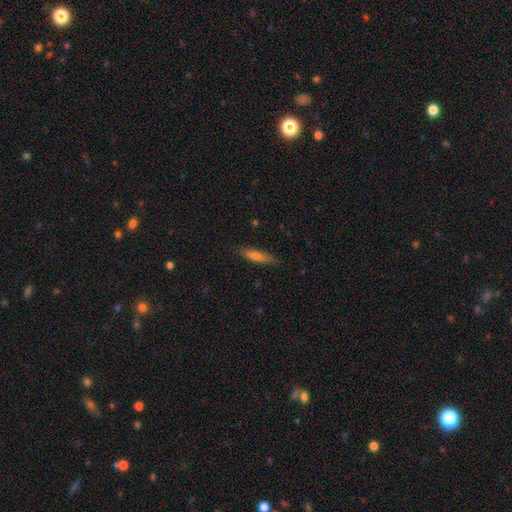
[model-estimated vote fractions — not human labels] The model was most divided on "smooth or featured": smooth: 66%, featured or disk: 27%, star or artifact: 7%. More confident: merging — none (83%); how rounded — cigar-shaped (81%).